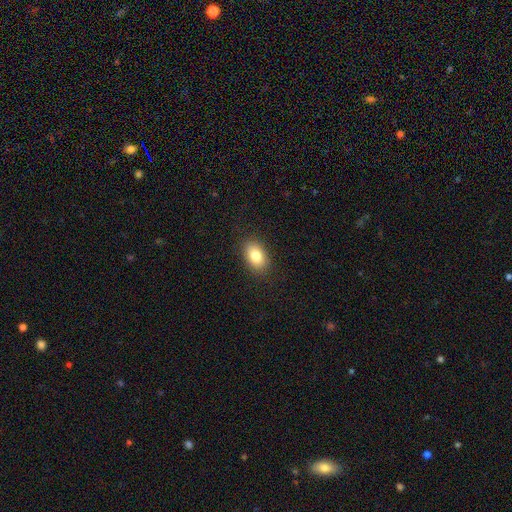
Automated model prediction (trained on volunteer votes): Smooth or featured?
  - smooth: 82% *
  - featured or disk: 10%
  - star or artifact: 8%
How rounded?
  - in between: 86% *
  - round: 13%
  - cigar-shaped: 1%
Merging?
  - none: 88% *
  - minor disturbance: 9%
  - major disturbance: 3%
  - merger: 1%